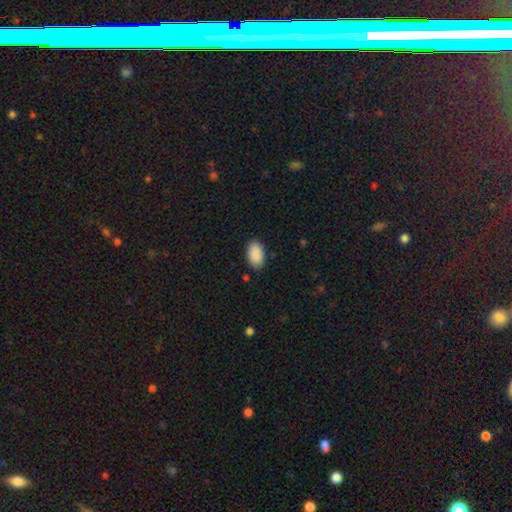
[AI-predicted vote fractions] A smooth galaxy with no disk features (91%) that is in between round and cigar-shaped (94%).

Vote fractions:
- Smooth or featured? smooth: 91% / star or artifact: 7% / featured or disk: 3%
- How rounded? in between: 94% / round: 5% / cigar-shaped: 1%
- Merging? none: 85% / minor disturbance: 11% / major disturbance: 2% / merger: 1%